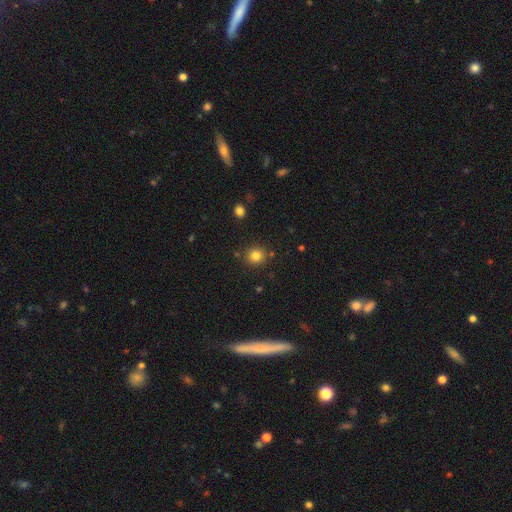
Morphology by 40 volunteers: type=smooth (95%); roundness=round (92%); merging=none (87%).